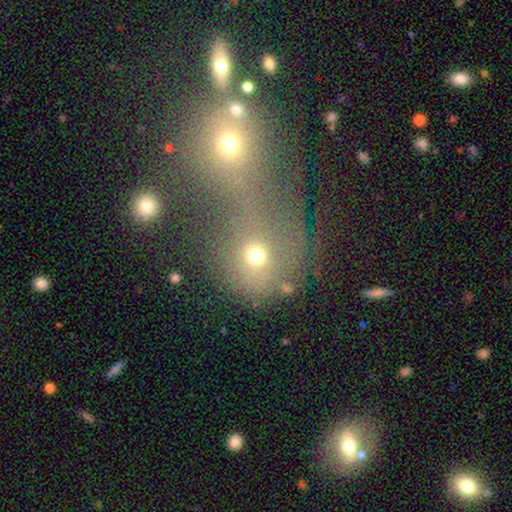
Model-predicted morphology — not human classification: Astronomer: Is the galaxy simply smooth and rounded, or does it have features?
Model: smooth — 61%.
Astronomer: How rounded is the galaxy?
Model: round — 74%.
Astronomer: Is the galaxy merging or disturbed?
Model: merger — 46% (runner-up: none, 34%).